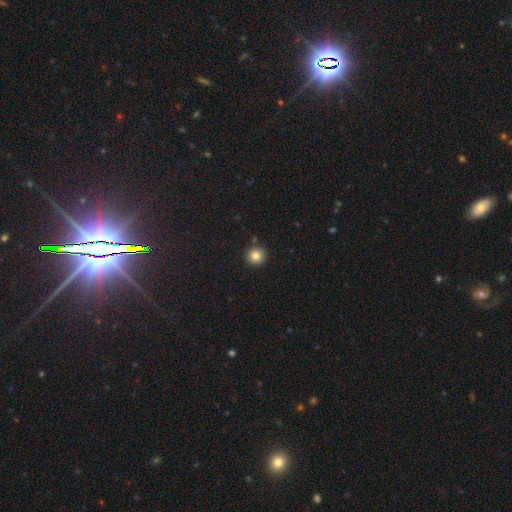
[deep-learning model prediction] Smooth or featured? Predicted: smooth (p=0.83). How rounded? Predicted: round (p=0.95). Merging? Predicted: none (p=0.89).